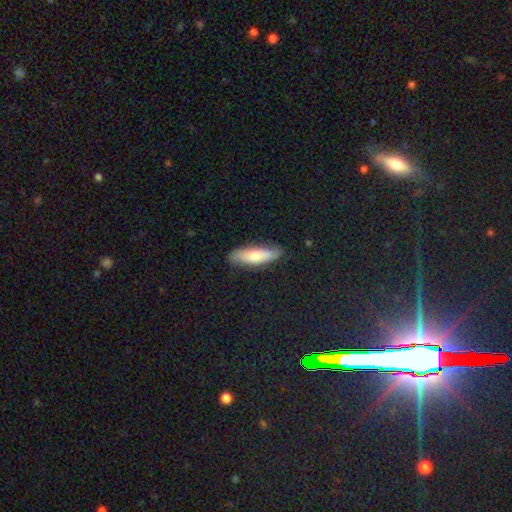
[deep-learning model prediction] smooth 75%, featured or disk 19%, star or artifact 6%. Down the decision tree: how rounded — cigar-shaped (55%); merging — none (82%).